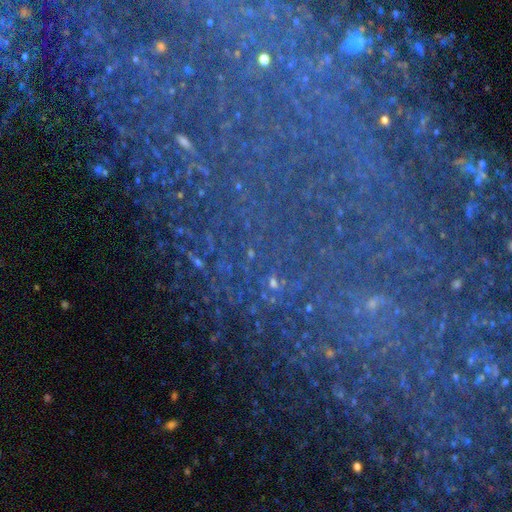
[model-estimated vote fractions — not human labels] Overall: star or artifact (76%).